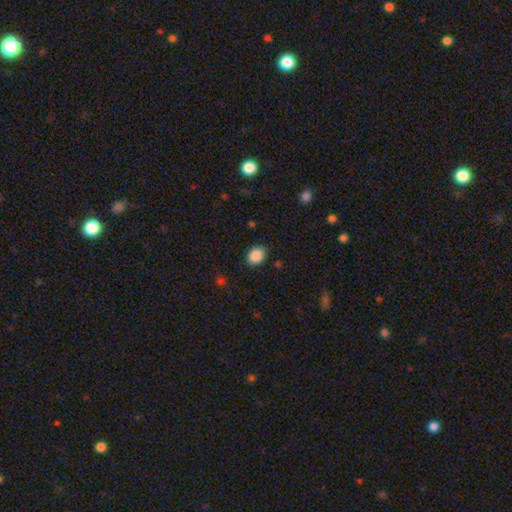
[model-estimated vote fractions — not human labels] Smooth or featured? smooth (89%)
How rounded? in between (60%)
Merging? none (86%)